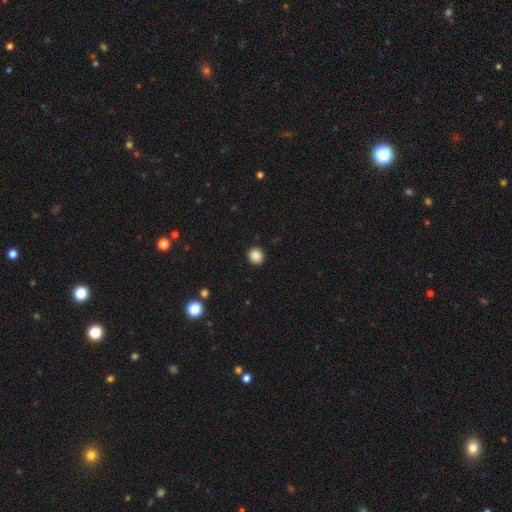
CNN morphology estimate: type=smooth (87%); roundness=round (84%); merging=none (91%).